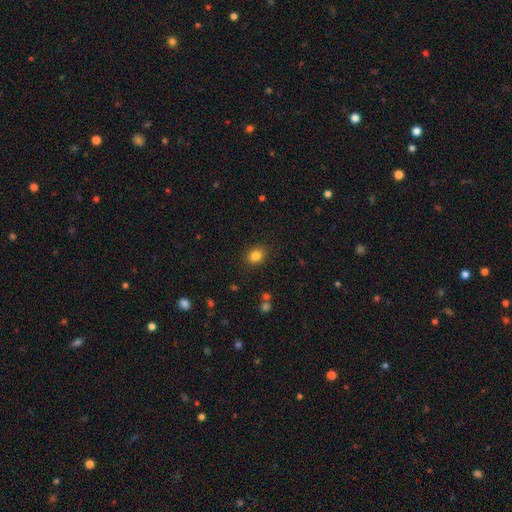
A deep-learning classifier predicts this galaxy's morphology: This is clearly a smooth galaxy (83%). How rounded: possibly round (53%). Merging: clearly none (87%).